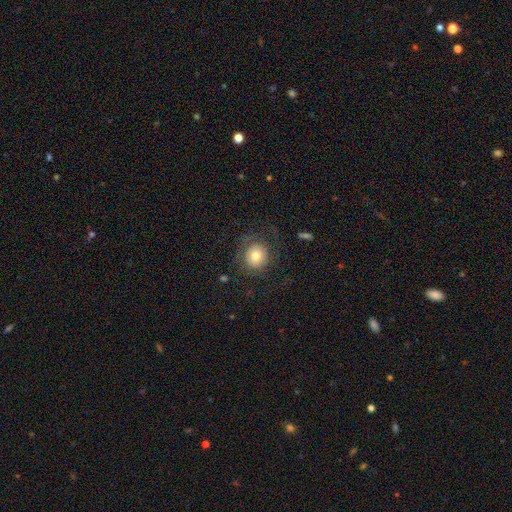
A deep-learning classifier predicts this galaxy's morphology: smooth 70%, featured or disk 20%, star or artifact 10%. Down the decision tree: how rounded — round (85%); merging — none (73%).